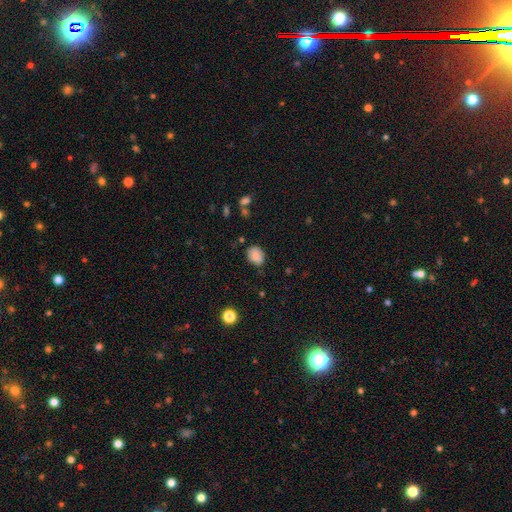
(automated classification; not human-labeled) Overall: smooth (84%). How rounded: in between (59%; round 40%). Merging: none (70%).